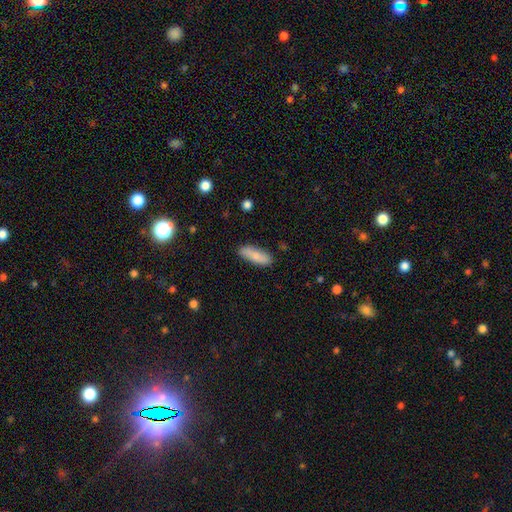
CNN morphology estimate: A smooth galaxy with no disk features (79%) that is in between round and cigar-shaped (58%).

Vote fractions:
- Smooth or featured? smooth: 79% / featured or disk: 15% / star or artifact: 6%
- How rounded? in between: 58% / cigar-shaped: 40% / round: 2%
- Merging? none: 85% / minor disturbance: 12% / major disturbance: 2% / merger: 2%